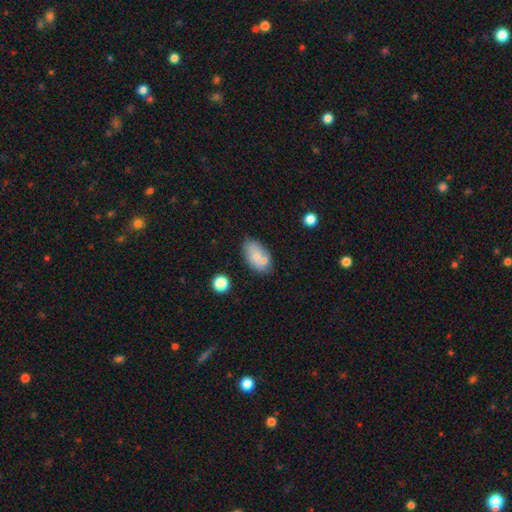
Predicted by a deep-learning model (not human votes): Overall: smooth (71%). How rounded: in between (92%). Merging: none (57%; minor disturbance 20%).